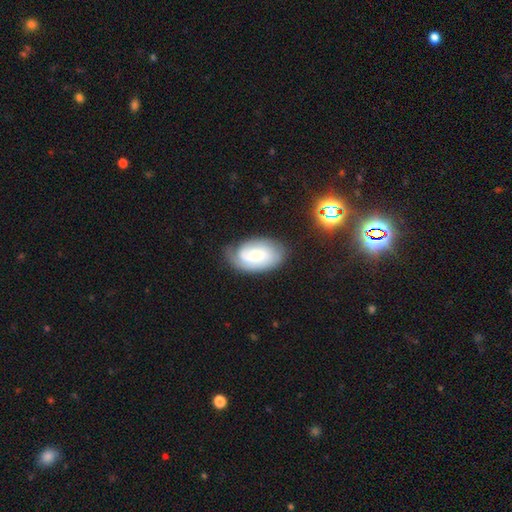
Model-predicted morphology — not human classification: Smooth or featured? featured or disk (65%)
Edge-on disk? no (96%)
Bar? no (51%)
Spiral arms? yes (90%)
Spiral winding? tight (51%)
Spiral arm count? 2 (43%)
Bulge size? small (49%)
Merging? none (68%)